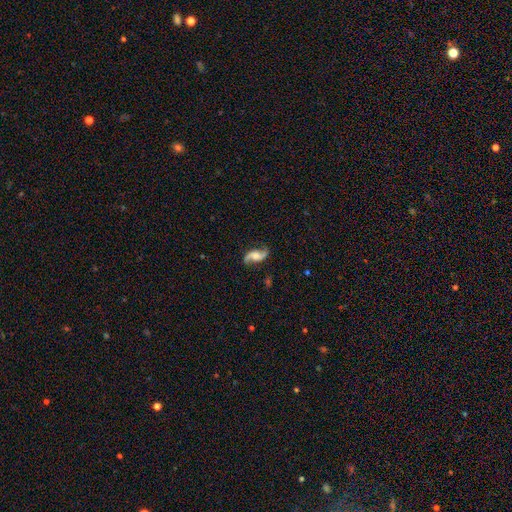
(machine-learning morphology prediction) Smooth or featured: featured or disk — 86% (smooth — 8%)
Edge-on disk: no — 96% (yes — 4%)
Bar: no — 58% (weak — 32%)
Spiral arms: yes — 97% (no — 3%)
Spiral winding: loose — 69% (medium — 25%)
Spiral arm count: 2 — 94% (can't tell — 2%)
Bulge size: moderate — 49% (small — 21%)
Merging: none — 81% (minor disturbance — 13%)